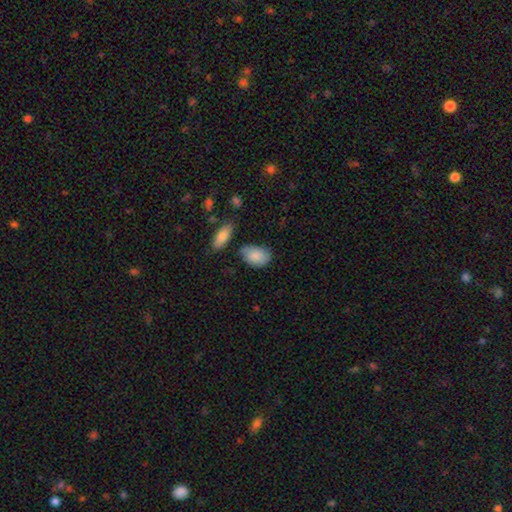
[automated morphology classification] A smooth galaxy with no disk features (85%) that is in between round and cigar-shaped (86%).

Vote fractions:
- Smooth or featured? smooth: 85% / featured or disk: 9% / star or artifact: 6%
- How rounded? in between: 86% / round: 12% / cigar-shaped: 1%
- Merging? none: 68% / minor disturbance: 22% / merger: 6% / major disturbance: 5%